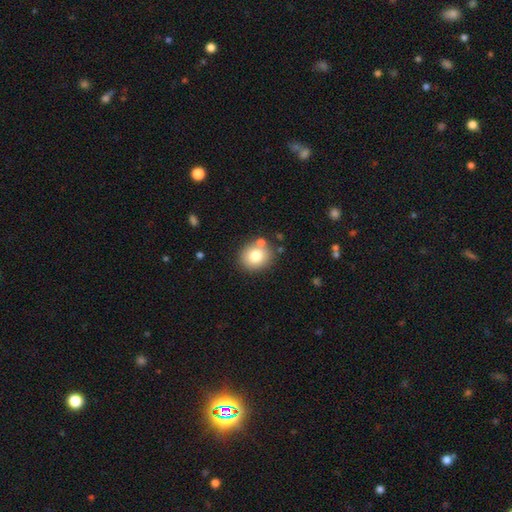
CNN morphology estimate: type=smooth (76%); roundness=round (77%); merging=none (77%).